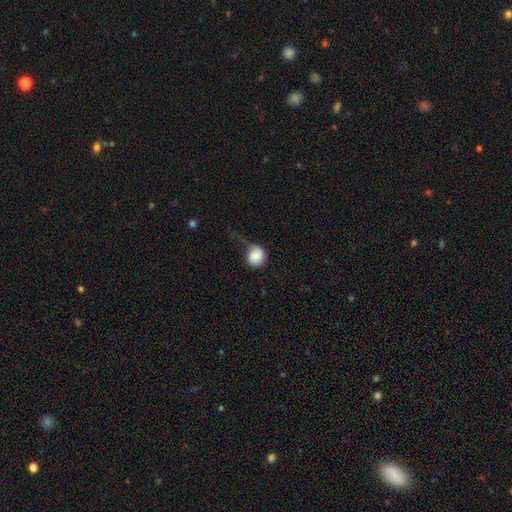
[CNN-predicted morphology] smooth 84%, featured or disk 10%, star or artifact 6%. Down the decision tree: how rounded — round (81%); merging — minor disturbance (34%).